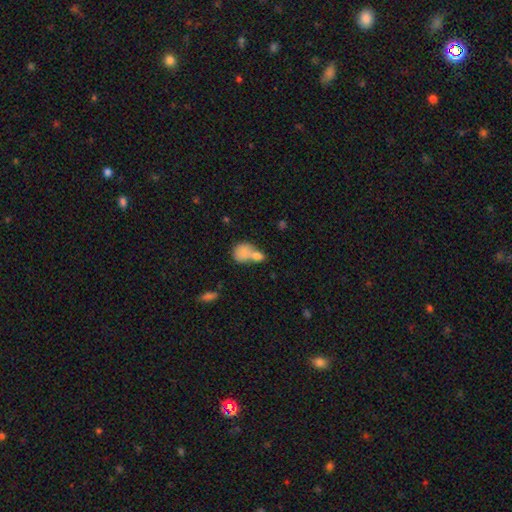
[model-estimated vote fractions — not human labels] Smooth or featured? smooth (79%)
How rounded? in between (52%)
Merging? merger (64%)